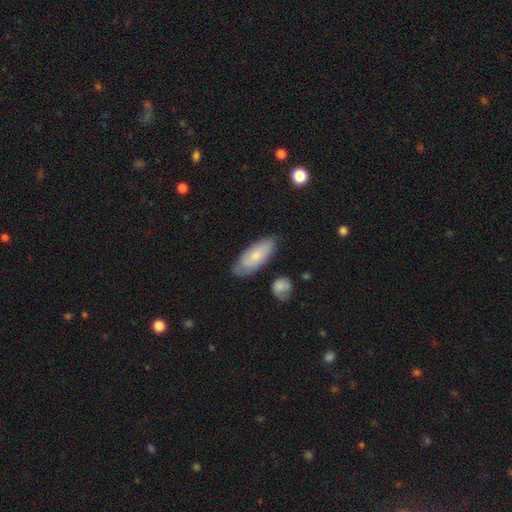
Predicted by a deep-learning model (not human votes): Overall: smooth (65%; featured or disk 30%). How rounded: in between (79%). Merging: none (73%).